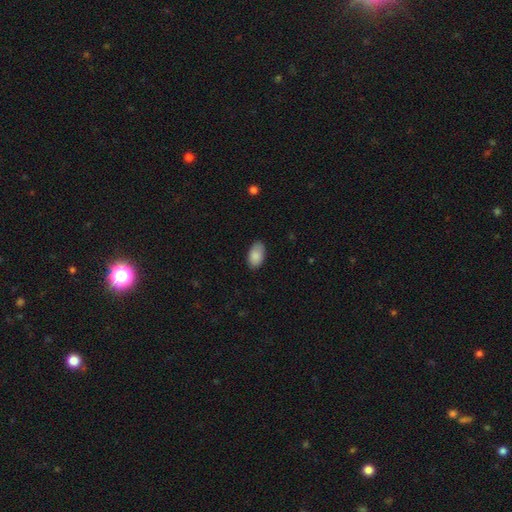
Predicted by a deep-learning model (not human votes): smooth-or-featured: smooth: 88% | star or artifact: 6% | featured or disk: 5%
  how-rounded: in between: 94% | round: 4% | cigar-shaped: 2%
  merging: none: 83% | minor disturbance: 14% | major disturbance: 3% | merger: 1%